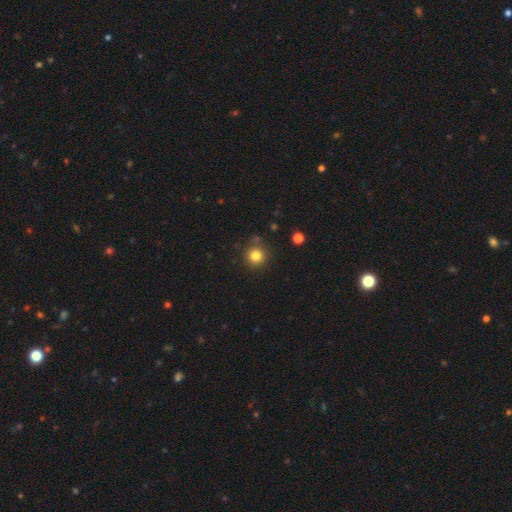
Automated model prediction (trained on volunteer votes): Smooth or featured? smooth (81%)
How rounded? round (94%)
Merging? none (85%)